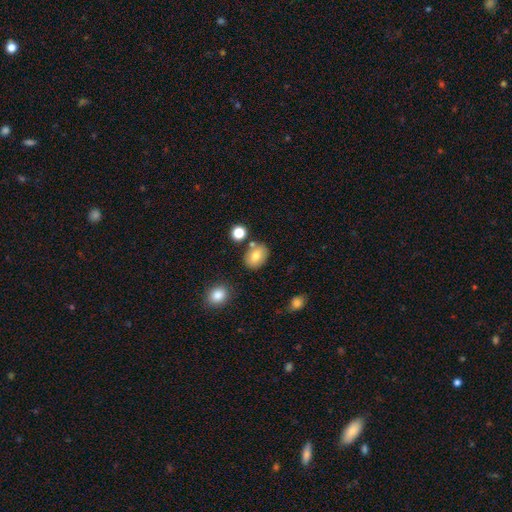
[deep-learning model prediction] Morphology: type=smooth (78%); roundness=in between (62%); merging=none (76%).